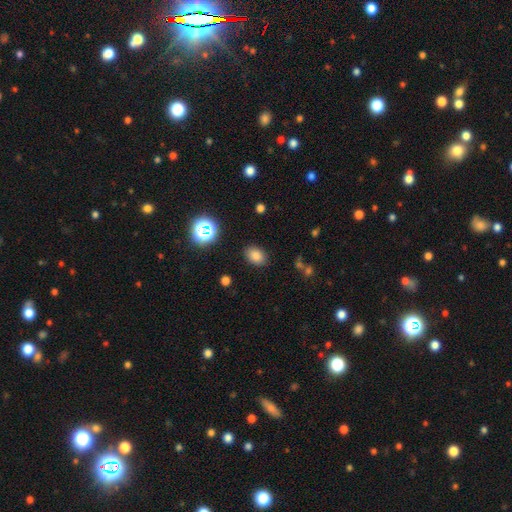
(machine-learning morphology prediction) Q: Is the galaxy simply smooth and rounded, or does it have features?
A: smooth — 81%.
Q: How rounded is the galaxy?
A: in between — 75%.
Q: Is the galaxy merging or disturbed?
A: none — 85%.